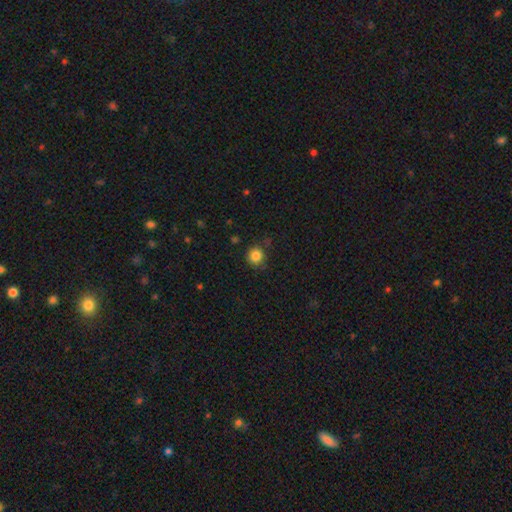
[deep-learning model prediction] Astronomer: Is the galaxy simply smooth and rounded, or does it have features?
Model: smooth — 84%.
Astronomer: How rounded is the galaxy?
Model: round — 92%.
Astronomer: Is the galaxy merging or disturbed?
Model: none — 83%.